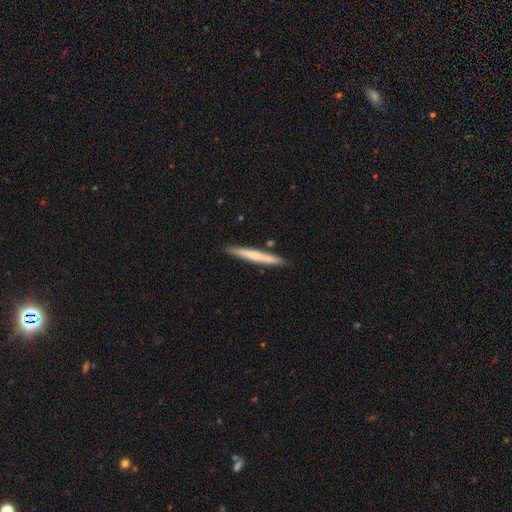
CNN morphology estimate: A smooth galaxy with no disk features (62%) that is cigar-shaped (96%).

Vote fractions:
- Smooth or featured? smooth: 62% / featured or disk: 33% / star or artifact: 5%
- How rounded? cigar-shaped: 96% / in between: 2% / round: 1%
- Merging? none: 87% / minor disturbance: 8% / merger: 3% / major disturbance: 2%